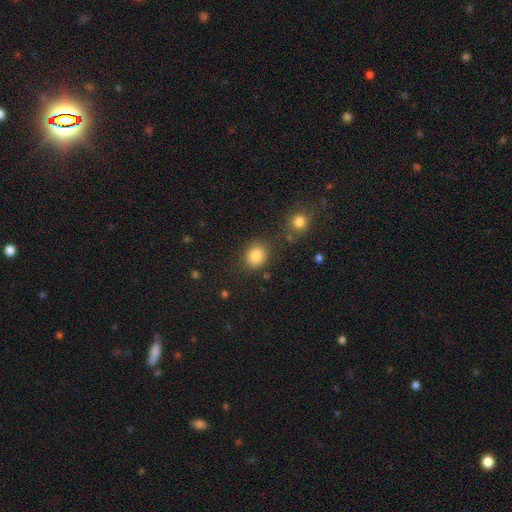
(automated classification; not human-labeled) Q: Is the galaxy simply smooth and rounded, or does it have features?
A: smooth — 85%.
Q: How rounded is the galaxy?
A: round — 67%.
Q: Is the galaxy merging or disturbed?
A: none — 79%.